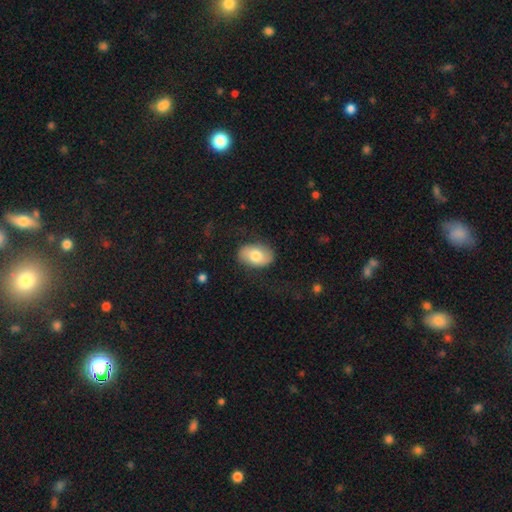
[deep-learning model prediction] Smooth or featured? Predicted: smooth (p=0.71). How rounded? Predicted: in between (p=0.89). Merging? Predicted: none (p=0.80).